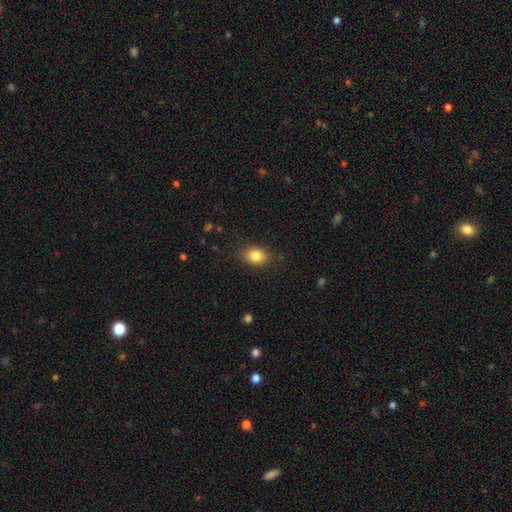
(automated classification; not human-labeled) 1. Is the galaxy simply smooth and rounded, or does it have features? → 84% smooth, 9% star or artifact, 7% featured or disk.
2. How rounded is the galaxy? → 69% in between, 29% round, 1% cigar-shaped.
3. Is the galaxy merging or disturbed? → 84% none, 11% minor disturbance, 3% major disturbance, 1% merger.